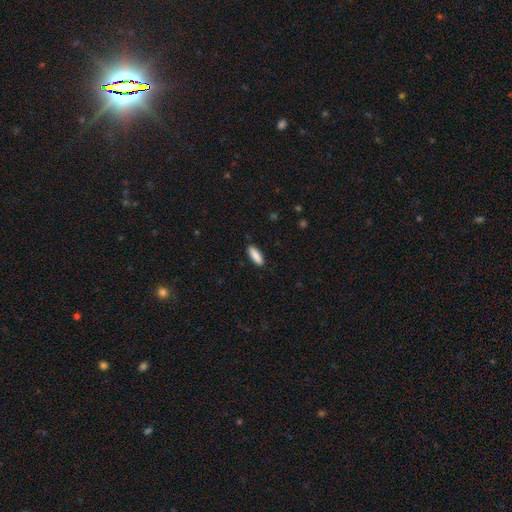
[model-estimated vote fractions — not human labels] A smooth galaxy with no disk features (89%) that is in between round and cigar-shaped (58%).

Vote fractions:
- Smooth or featured? smooth: 89% / star or artifact: 6% / featured or disk: 5%
- How rounded? in between: 58% / cigar-shaped: 40% / round: 2%
- Merging? none: 89% / minor disturbance: 8% / major disturbance: 2% / merger: 1%